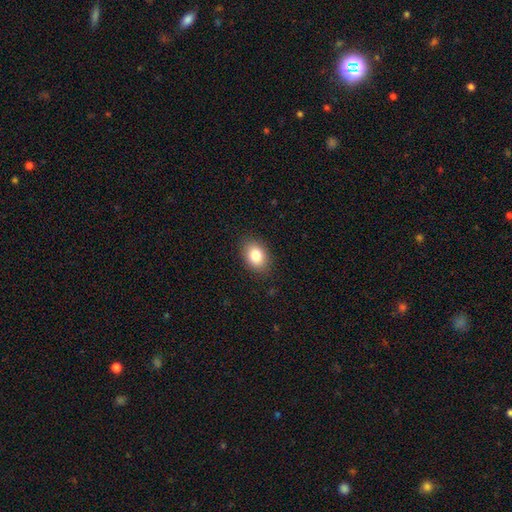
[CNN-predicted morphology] Smooth or featured?
  - smooth: 83% *
  - star or artifact: 9%
  - featured or disk: 8%
How rounded?
  - in between: 77% *
  - round: 22%
  - cigar-shaped: 1%
Merging?
  - none: 86% *
  - minor disturbance: 10%
  - major disturbance: 3%
  - merger: 1%